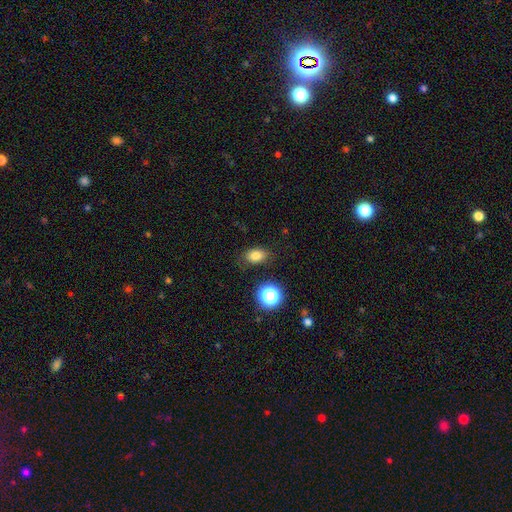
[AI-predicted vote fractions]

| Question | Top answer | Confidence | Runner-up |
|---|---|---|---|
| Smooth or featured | smooth | 79% | star or artifact (13%) |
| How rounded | in between | 78% | round (20%) |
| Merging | none | 82% | minor disturbance (13%) |